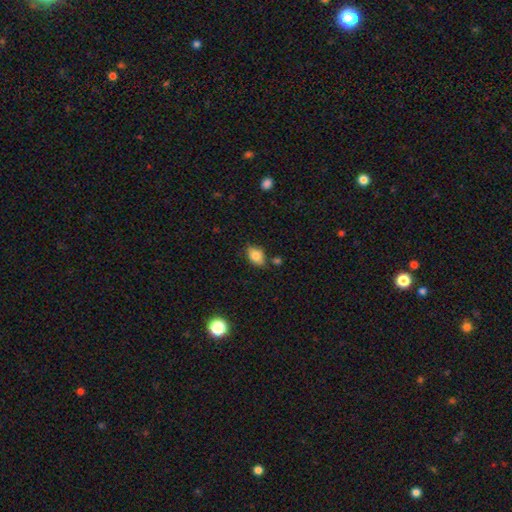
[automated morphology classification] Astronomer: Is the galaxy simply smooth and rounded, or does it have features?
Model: smooth — 81%.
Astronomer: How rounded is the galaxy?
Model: in between — 85%.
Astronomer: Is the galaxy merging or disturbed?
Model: none — 75%.